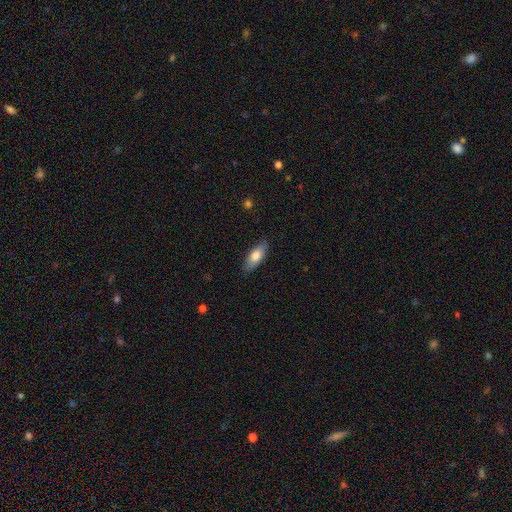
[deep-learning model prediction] smooth-or-featured: smooth: 77% | featured or disk: 17% | star or artifact: 6%
  how-rounded: in between: 78% | cigar-shaped: 20% | round: 2%
  merging: none: 85% | minor disturbance: 12% | major disturbance: 2% | merger: 1%